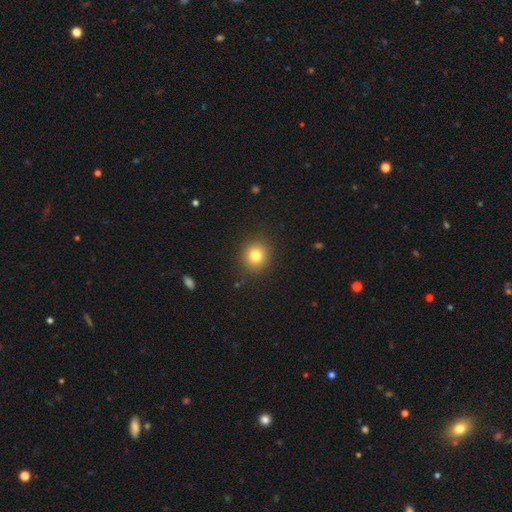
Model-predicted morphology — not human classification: Overall: smooth (80%). How rounded: round (88%). Merging: none (90%).